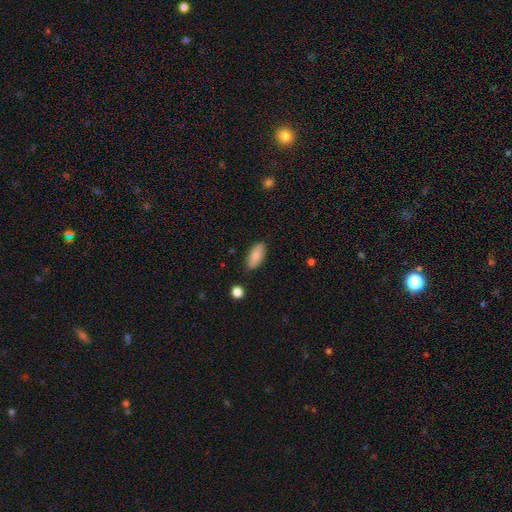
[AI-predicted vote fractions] Smooth or featured? smooth (82%)
How rounded? in between (83%)
Merging? none (85%)